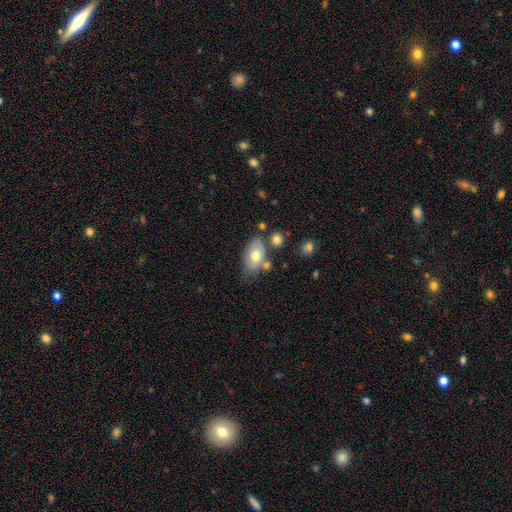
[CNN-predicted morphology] Smooth or featured? Predicted: smooth (p=0.70). How rounded? Predicted: in between (p=0.91). Merging? Predicted: none (p=0.55).